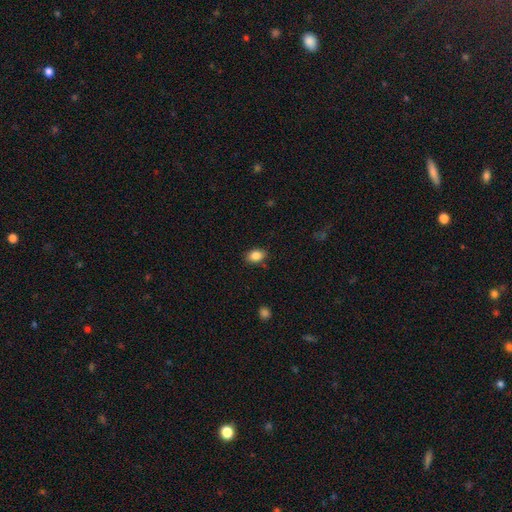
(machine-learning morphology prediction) A smooth galaxy with no disk features (86%) that is in between round and cigar-shaped (77%). Merging: none (84%).